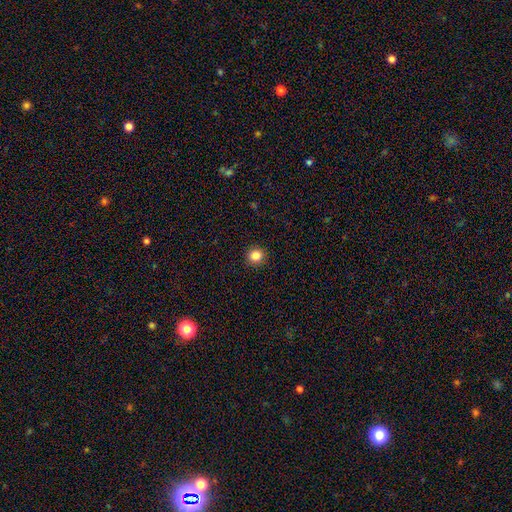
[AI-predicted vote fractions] Morphology: type=smooth (84%); roundness=round (91%); merging=none (93%).